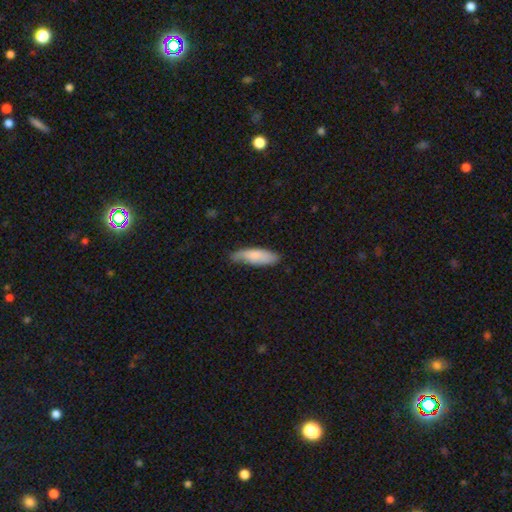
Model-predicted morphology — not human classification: Q: Smooth or featured?
A: smooth (78%); runner-up: featured or disk (16%)
Q: How rounded?
A: in between (51%); runner-up: cigar-shaped (47%)
Q: Merging?
A: none (65%); runner-up: minor disturbance (28%)